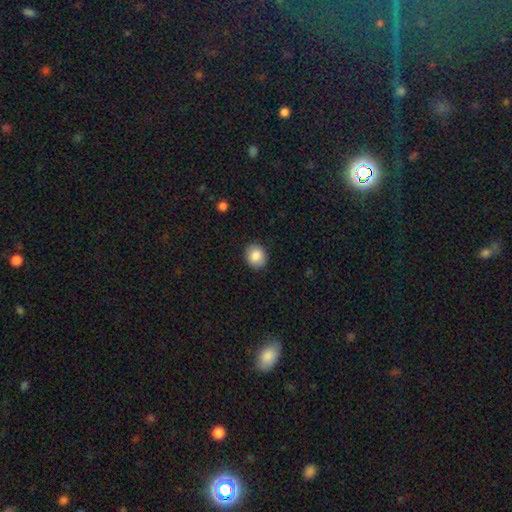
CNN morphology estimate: smooth_or_featured: smooth (p=0.86) [alt: star or artifact p=0.08]
how_rounded: round (p=0.60) [alt: in between p=0.39]
merging: none (p=0.88) [alt: minor disturbance p=0.08]